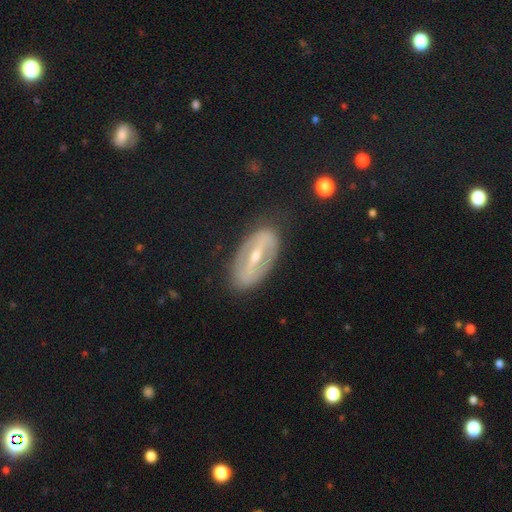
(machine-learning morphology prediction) Smooth or featured: featured or disk — 76% (smooth — 18%)
Edge-on disk: no — 83% (yes — 17%)
Bar: strong — 71% (weak — 20%)
Spiral arms: no — 63% (yes — 37%)
Bulge size: small — 51% (moderate — 45%)
Merging: none — 83% (minor disturbance — 12%)